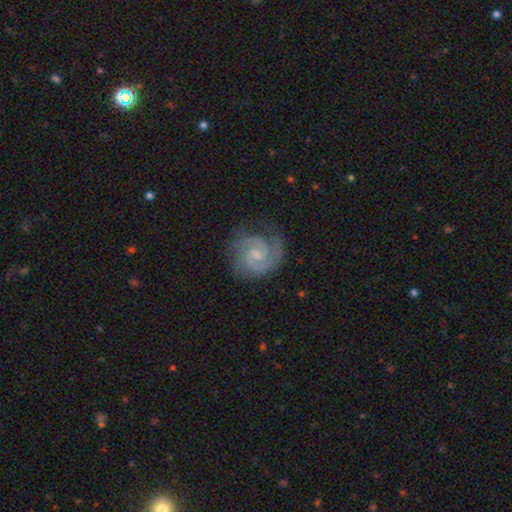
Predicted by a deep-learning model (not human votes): Smooth or featured? featured or disk (91%)
Edge-on disk? no (98%)
Bar? weak (49%)
Spiral arms? yes (99%)
Spiral winding? tight (53%)
Spiral arm count? 2 (86%)
Bulge size? small (57%)
Merging? none (77%)